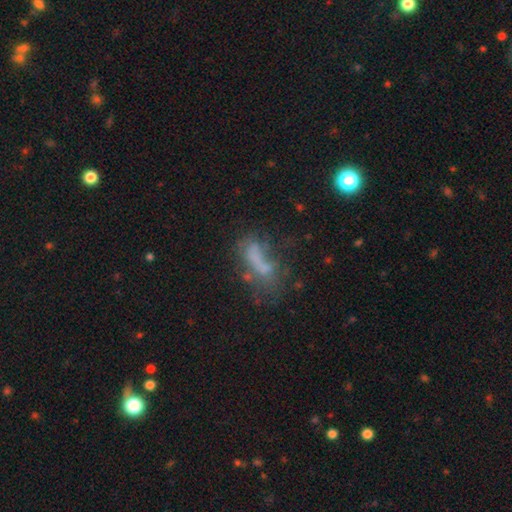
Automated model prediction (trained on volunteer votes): A smooth galaxy with no disk features (43%).

Vote fractions:
- Smooth or featured? smooth: 43% / featured or disk: 37% / star or artifact: 21%
- Merging? none: 35% / major disturbance: 29% / minor disturbance: 22% / merger: 13%